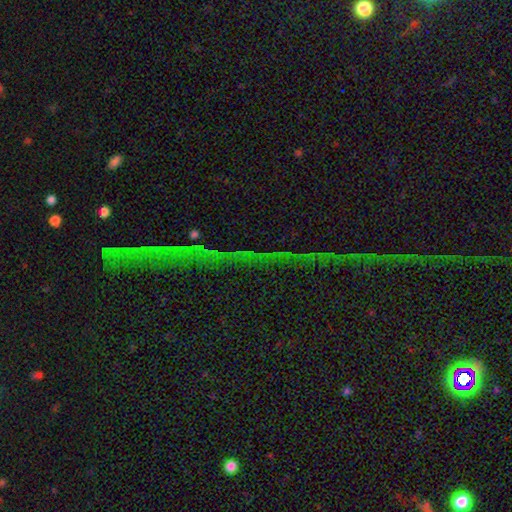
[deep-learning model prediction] The model was most divided on "smooth or featured": star or artifact: 76%, featured or disk: 13%, smooth: 11%.